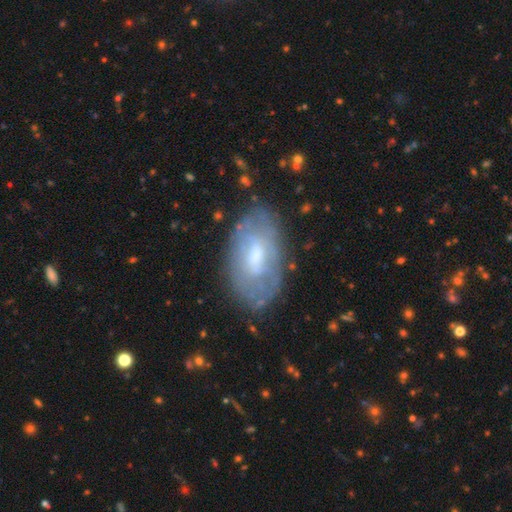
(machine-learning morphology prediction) type=featured or disk (58%); edge-on=no (90%); bar=weak (50%); spiral arms=no (55%); bulge=moderate (53%); merging=none (74%).